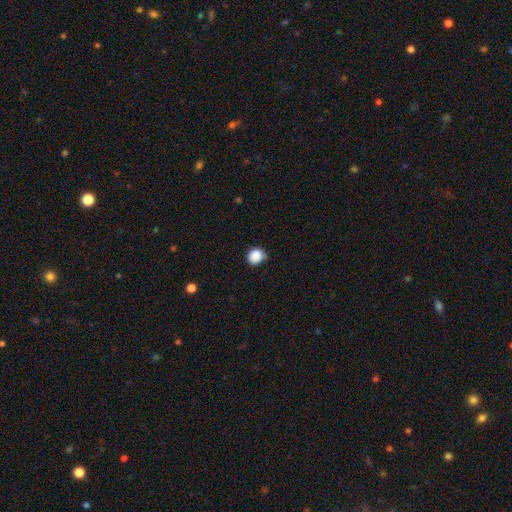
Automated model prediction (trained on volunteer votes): Smooth or featured? smooth (87%)
How rounded? round (85%)
Merging? none (74%)